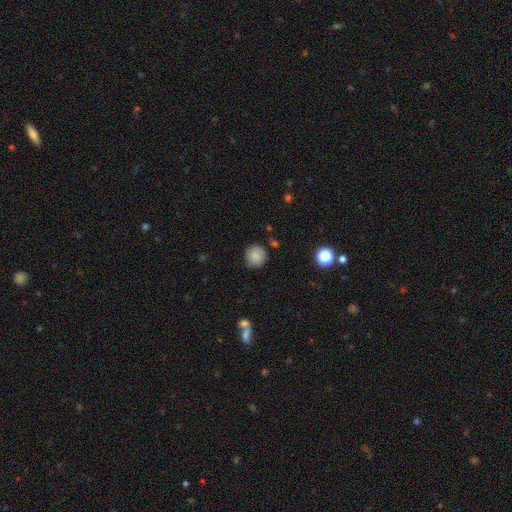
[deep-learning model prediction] Smooth or featured? smooth (85%)
How rounded? round (92%)
Merging? none (81%)